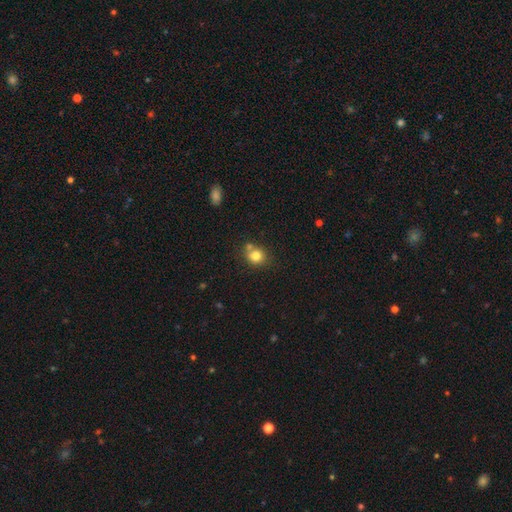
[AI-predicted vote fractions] Smooth or featured?
  - smooth: 79% *
  - star or artifact: 11%
  - featured or disk: 9%
How rounded?
  - round: 76% *
  - in between: 23%
  - cigar-shaped: 1%
Merging?
  - none: 60% *
  - merger: 24%
  - minor disturbance: 13%
  - major disturbance: 4%